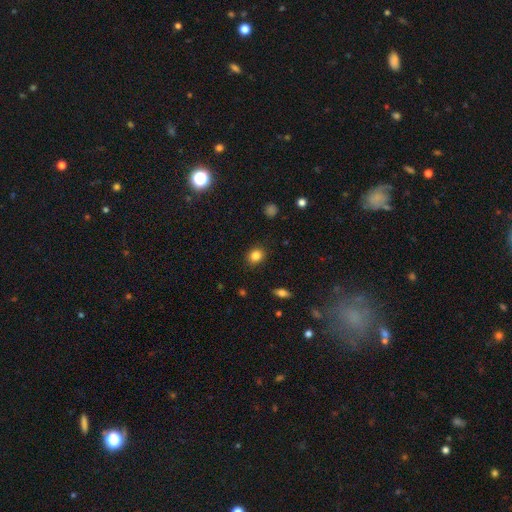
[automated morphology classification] type=smooth (84%); roundness=round (63%); merging=none (89%).